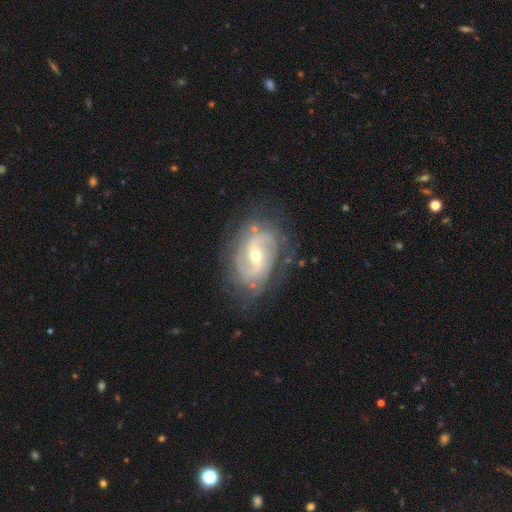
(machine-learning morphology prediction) smooth_or_featured: featured or disk (p=0.86) [alt: smooth p=0.08]
disk_edge_on: no (p=0.96) [alt: yes p=0.04]
bar: weak (p=0.49) [alt: no p=0.26]
has_spiral_arms: yes (p=0.94) [alt: no p=0.06]
spiral_winding: medium (p=0.43) [alt: tight p=0.39]
spiral_arm_count: 2 (p=0.68) [alt: can't tell p=0.16]
bulge_size: moderate (p=0.51) [alt: small p=0.45]
merging: none (p=0.73) [alt: minor disturbance p=0.18]